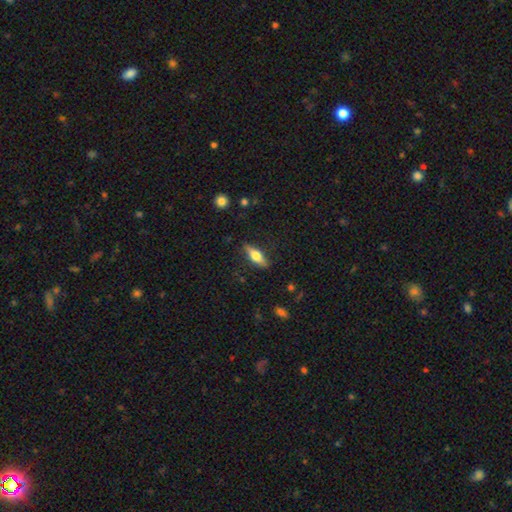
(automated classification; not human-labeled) Smooth or featured: smooth — 52% (featured or disk — 42%)
How rounded: cigar-shaped — 50% (in between — 48%)
Merging: none — 84% (minor disturbance — 12%)